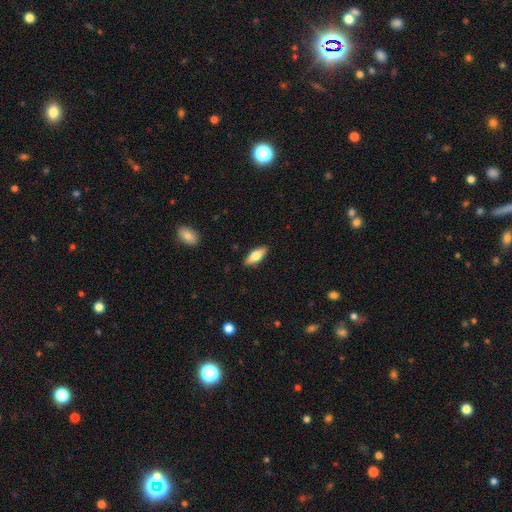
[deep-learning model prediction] Morphology: type=smooth (63%); roundness=in between (67%); merging=none (89%).